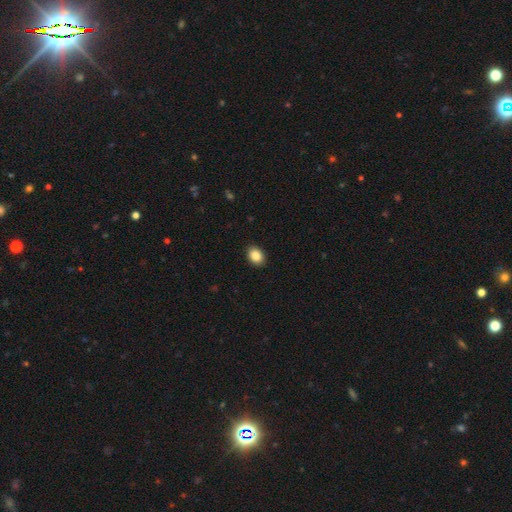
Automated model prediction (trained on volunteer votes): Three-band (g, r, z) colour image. It shows a smooth galaxy with no disk features (88%) that is in between round and cigar-shaped (64%). Merging: none (90%).